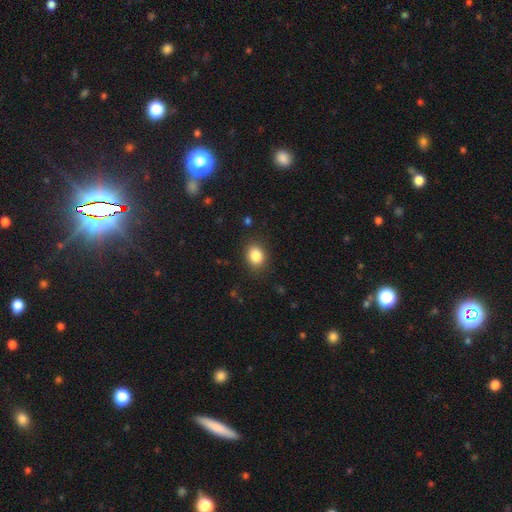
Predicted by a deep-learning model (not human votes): Smooth or featured? smooth (85%)
How rounded? in between (58%)
Merging? none (86%)